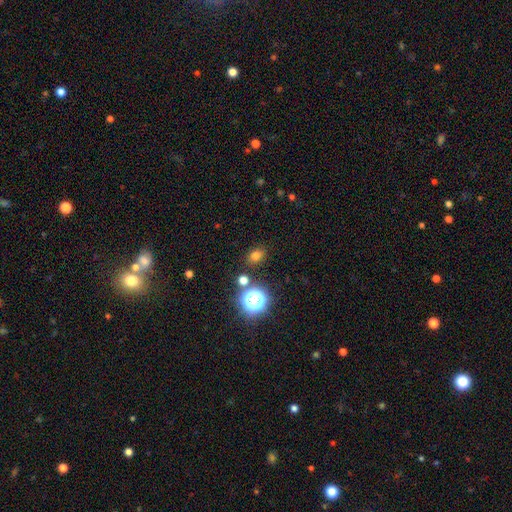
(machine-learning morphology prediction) The model was most divided on "how rounded": in between: 51%, round: 48%, cigar-shaped: 1%. More confident: merging — none (83%); smooth or featured — smooth (70%).